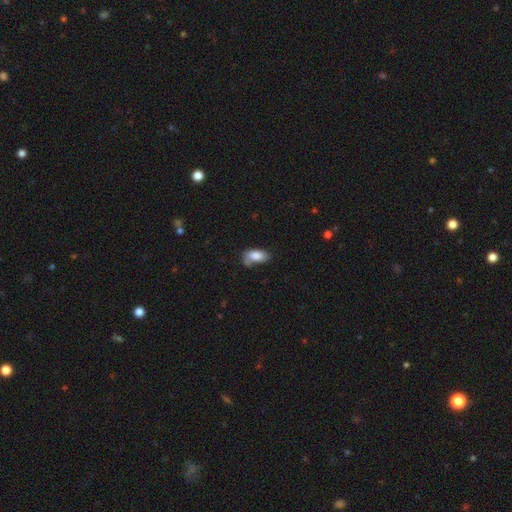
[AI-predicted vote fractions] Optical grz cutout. It shows a smooth galaxy with no disk features (83%) that is in between round and cigar-shaped (92%). Merging: none (46%).